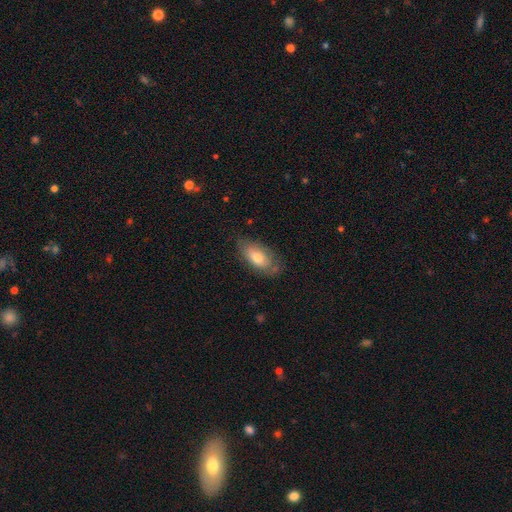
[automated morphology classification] A smooth galaxy with no disk features (62%) that is in between round and cigar-shaped (89%).

Vote fractions:
- Smooth or featured? smooth: 62% / featured or disk: 30% / star or artifact: 8%
- How rounded? in between: 89% / cigar-shaped: 8% / round: 4%
- Merging? none: 72% / minor disturbance: 22% / major disturbance: 5% / merger: 1%